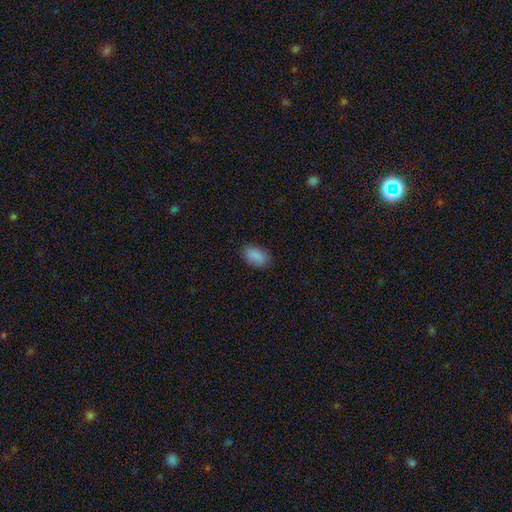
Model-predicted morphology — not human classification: A smooth galaxy with no disk features (88%) that is in between round and cigar-shaped (92%). Merging: none (84%).